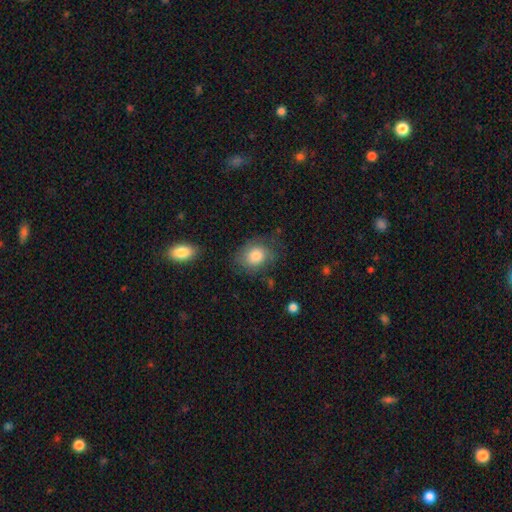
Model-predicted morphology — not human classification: The model was most divided on "how rounded": round: 51%, in between: 48%, cigar-shaped: 1%. More confident: smooth or featured — smooth (76%); merging — none (64%).